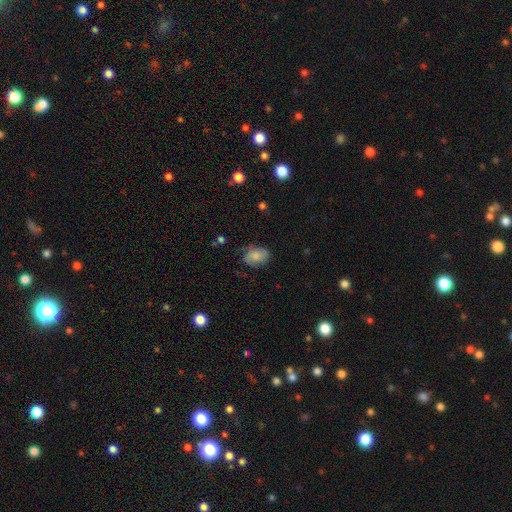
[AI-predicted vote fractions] Morphology: type=smooth (78%); roundness=in between (77%); merging=none (66%).